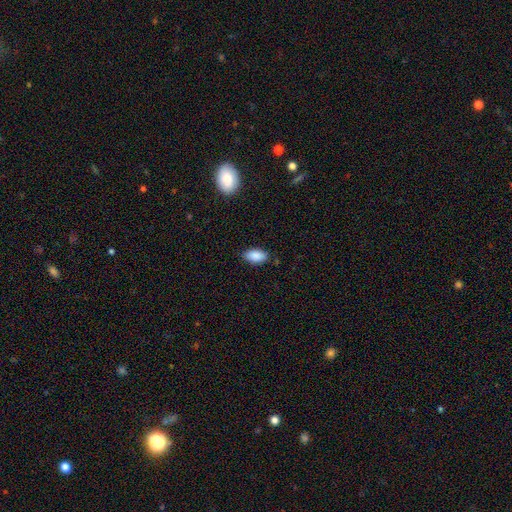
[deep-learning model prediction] Morphology: type=smooth (88%); roundness=in between (93%); merging=none (84%).